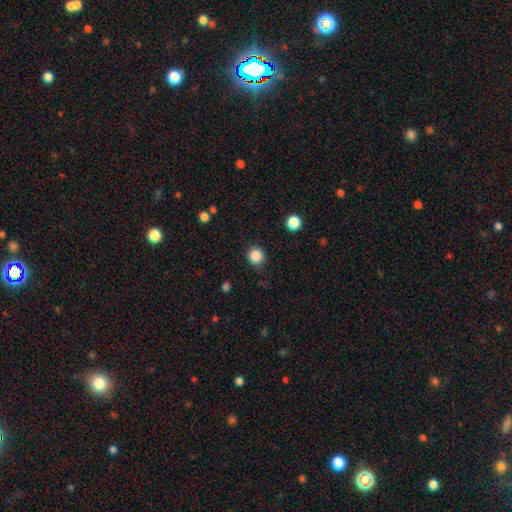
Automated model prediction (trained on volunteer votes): This appears to be a smooth galaxy with no disk features (86%) that is round (93%). Merging: none (86%).